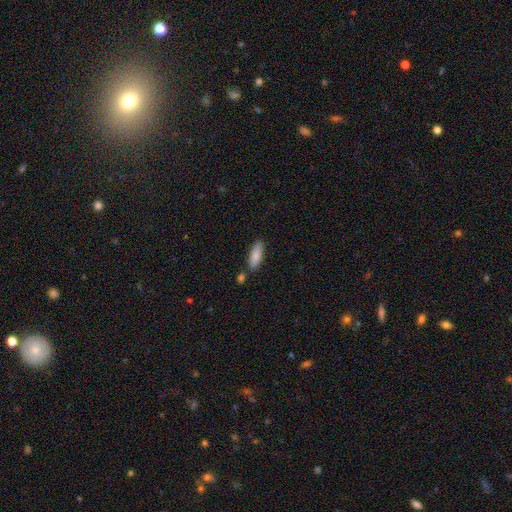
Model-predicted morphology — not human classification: smooth_or_featured: smooth (p=0.85) [alt: featured or disk p=0.09]
how_rounded: in between (p=0.61) [alt: cigar-shaped p=0.37]
merging: none (p=0.77) [alt: minor disturbance p=0.12]